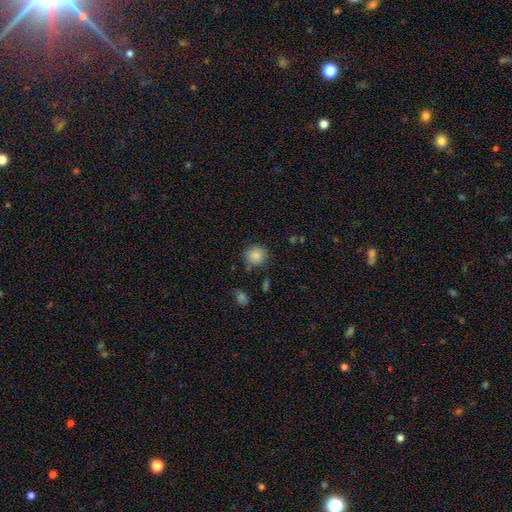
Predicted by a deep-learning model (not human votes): Morphology: type=smooth (85%); roundness=round (88%); merging=none (80%).